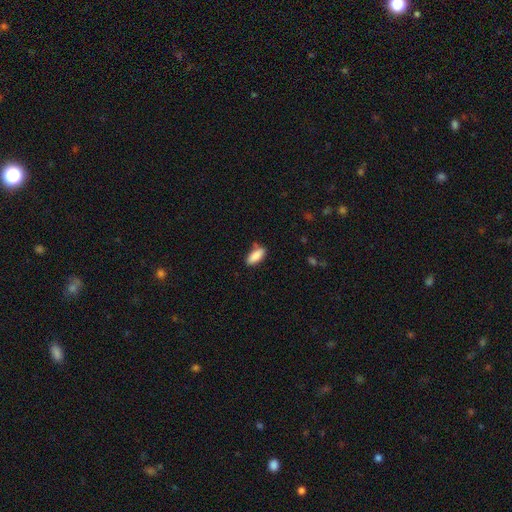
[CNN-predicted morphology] A smooth galaxy with no disk features (87%) that is in between round and cigar-shaped (81%).

Vote fractions:
- Smooth or featured? smooth: 87% / star or artifact: 7% / featured or disk: 6%
- How rounded? in between: 81% / cigar-shaped: 17% / round: 2%
- Merging? none: 70% / minor disturbance: 20% / merger: 5% / major disturbance: 4%